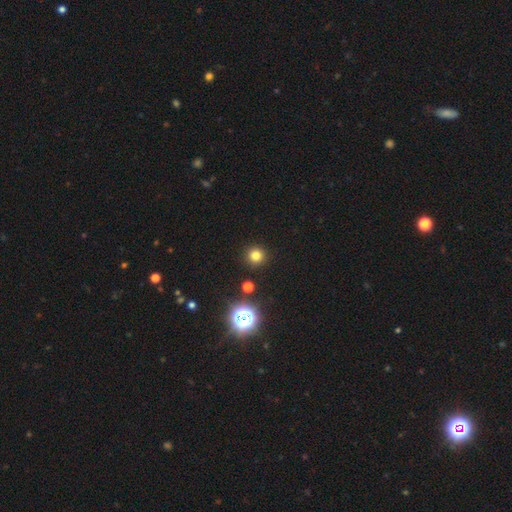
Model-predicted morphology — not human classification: A smooth galaxy with no disk features (77%) that is round (95%).

Vote fractions:
- Smooth or featured? smooth: 77% / star or artifact: 18% / featured or disk: 5%
- How rounded? round: 95% / in between: 4% / cigar-shaped: 1%
- Merging? none: 91% / minor disturbance: 5% / merger: 2% / major disturbance: 2%